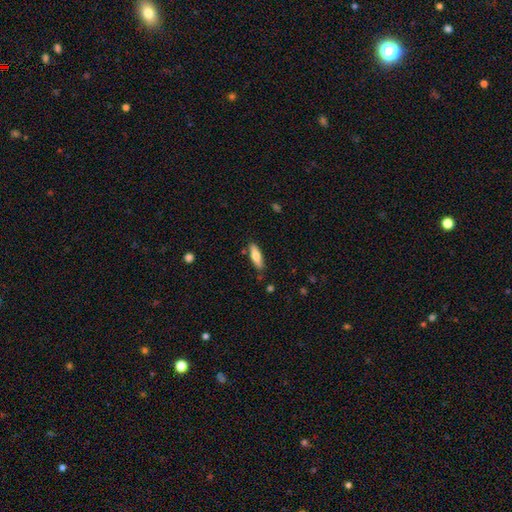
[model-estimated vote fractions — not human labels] This is likely a smooth galaxy (67%). How rounded: possibly cigar-shaped (53%). Merging: clearly none (83%).